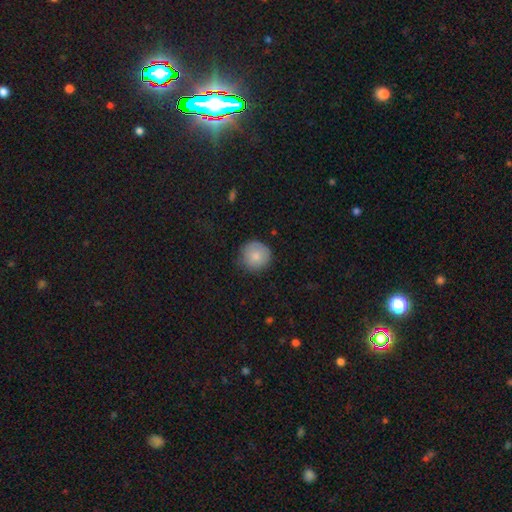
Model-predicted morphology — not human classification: This appears to be a smooth galaxy with no disk features (83%) that is round (94%). Merging: none (78%).